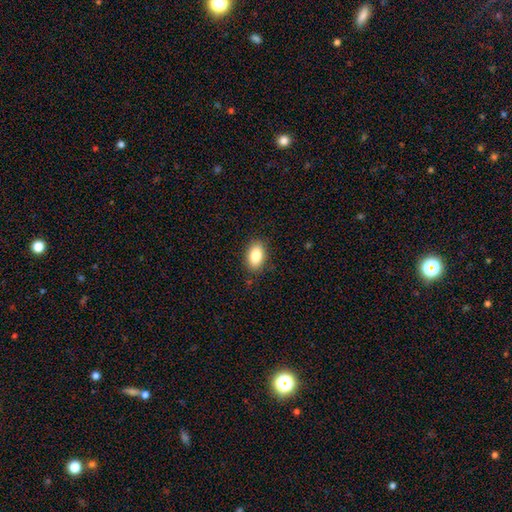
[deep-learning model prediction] smooth_or_featured: smooth (p=0.85) [alt: star or artifact p=0.08]
how_rounded: in between (p=0.91) [alt: round p=0.07]
merging: none (p=0.86) [alt: minor disturbance p=0.10]